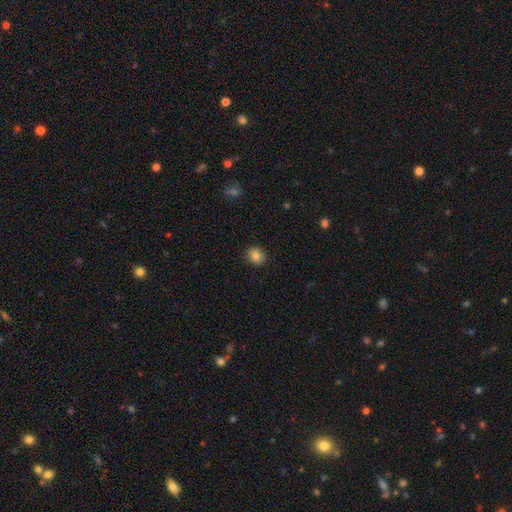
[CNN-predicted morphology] This appears to be a smooth galaxy with no disk features (84%) that is round (66%). Merging: none (88%).